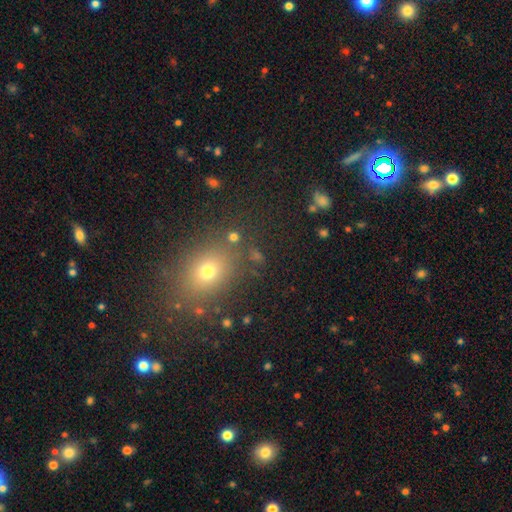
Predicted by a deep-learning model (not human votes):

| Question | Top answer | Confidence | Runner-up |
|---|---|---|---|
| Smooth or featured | smooth | 59% | star or artifact (30%) |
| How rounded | round | 49% | in between (48%) |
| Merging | none | 80% | minor disturbance (10%) |